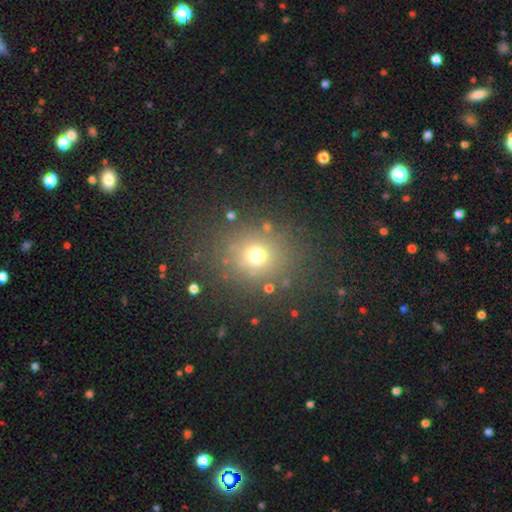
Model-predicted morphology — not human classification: Smooth or featured? smooth (68%)
How rounded? round (78%)
Merging? none (82%)